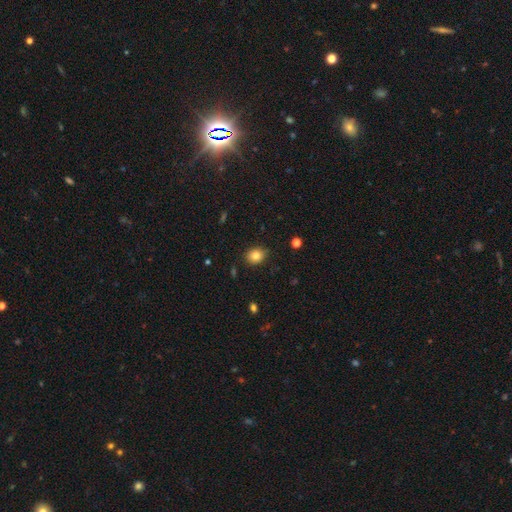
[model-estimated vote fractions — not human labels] Q: Smooth or featured?
A: smooth (82%); runner-up: star or artifact (11%)
Q: How rounded?
A: round (60%); runner-up: in between (39%)
Q: Merging?
A: none (86%); runner-up: minor disturbance (11%)